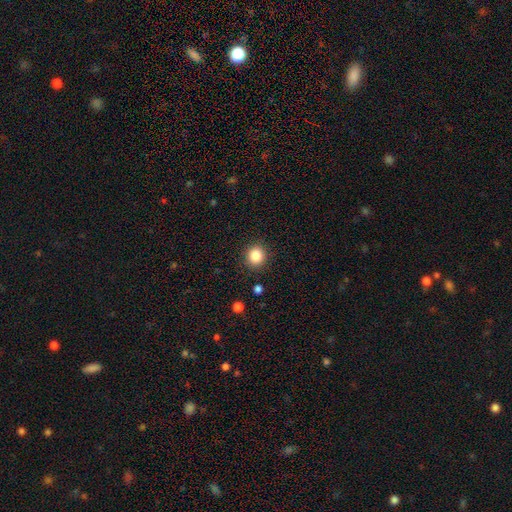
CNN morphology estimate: Smooth or featured? Predicted: smooth (p=0.84). How rounded? Predicted: round (p=0.86). Merging? Predicted: none (p=0.90).